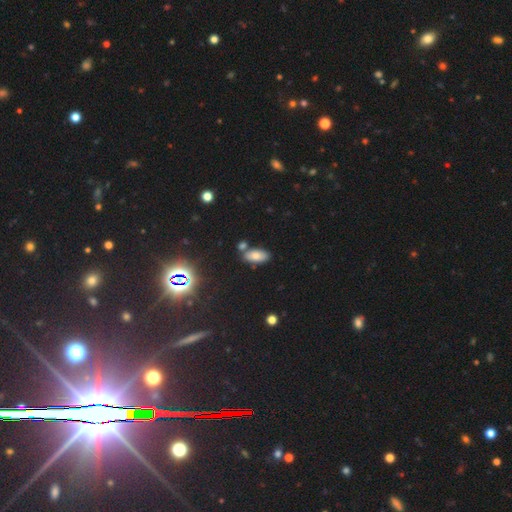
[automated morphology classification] smooth_or_featured: smooth (p=0.73) [alt: star or artifact p=0.15]
how_rounded: in between (p=0.89) [alt: cigar-shaped p=0.07]
merging: none (p=0.73) [alt: minor disturbance p=0.12]